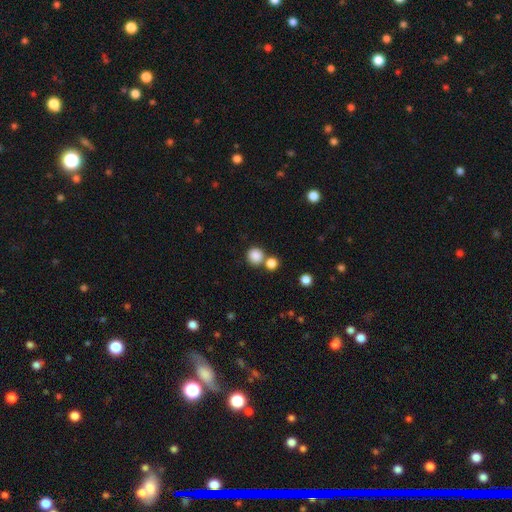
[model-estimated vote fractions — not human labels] Smooth or featured: smooth — 85% (star or artifact — 10%)
How rounded: round — 90% (in between — 9%)
Merging: none — 65% (merger — 24%)